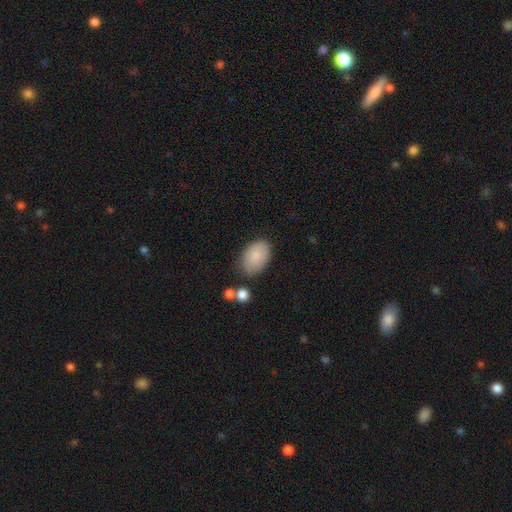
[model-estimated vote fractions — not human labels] smooth_or_featured: smooth (p=0.82) [alt: featured or disk p=0.11]
how_rounded: in between (p=0.89) [alt: round p=0.10]
merging: none (p=0.75) [alt: minor disturbance p=0.17]